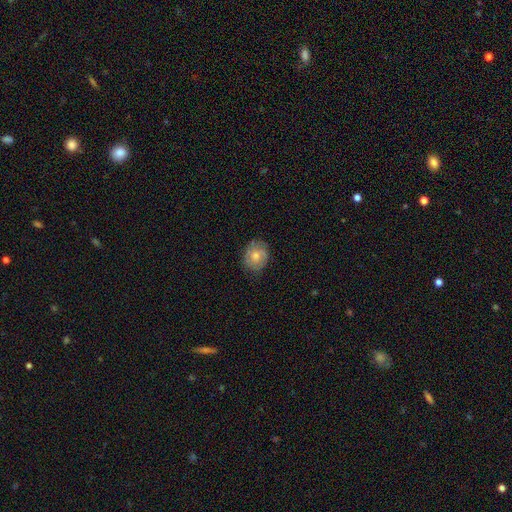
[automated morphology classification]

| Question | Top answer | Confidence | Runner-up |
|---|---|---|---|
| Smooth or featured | smooth | 54% | featured or disk (35%) |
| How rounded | round | 67% | in between (32%) |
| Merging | none | 78% | minor disturbance (17%) |